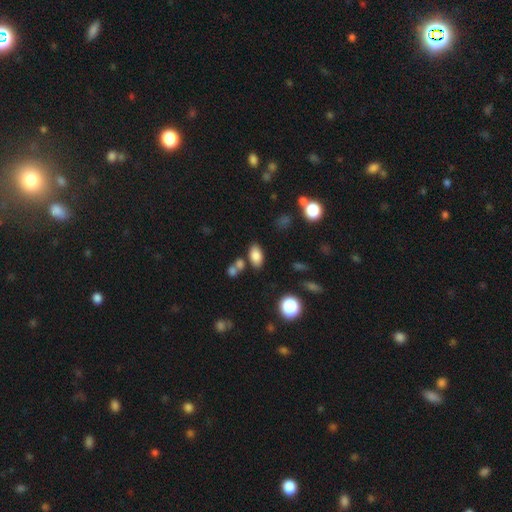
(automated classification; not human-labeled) This appears to be a smooth galaxy with no disk features (82%) that is in between round and cigar-shaped (90%). Merging: none (71%).